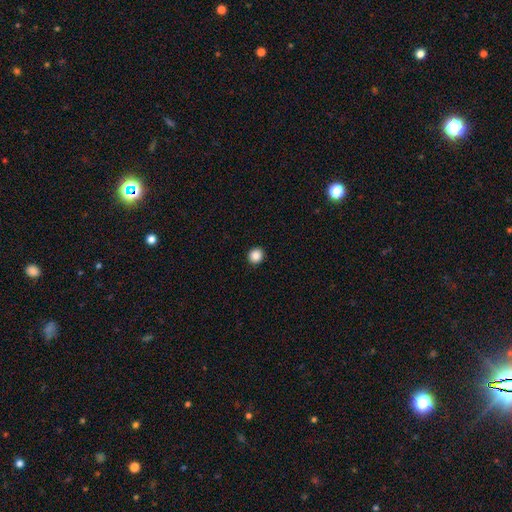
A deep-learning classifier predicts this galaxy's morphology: The model was most divided on "smooth or featured": smooth: 87%, star or artifact: 10%, featured or disk: 3%. More confident: merging — none (92%); how rounded — round (89%).